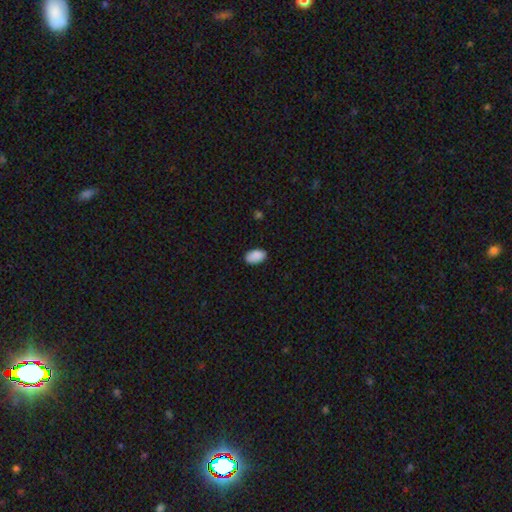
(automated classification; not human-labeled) smooth-or-featured: smooth: 90% | star or artifact: 7% | featured or disk: 3%
  how-rounded: in between: 93% | round: 5% | cigar-shaped: 1%
  merging: none: 86% | minor disturbance: 11% | major disturbance: 2% | merger: 1%